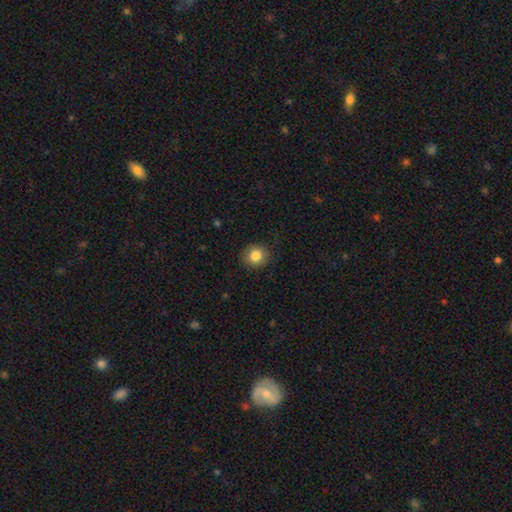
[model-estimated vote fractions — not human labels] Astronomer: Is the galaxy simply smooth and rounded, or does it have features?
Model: smooth — 84%.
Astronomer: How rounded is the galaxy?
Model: round — 85%.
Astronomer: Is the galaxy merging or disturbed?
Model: none — 85%.